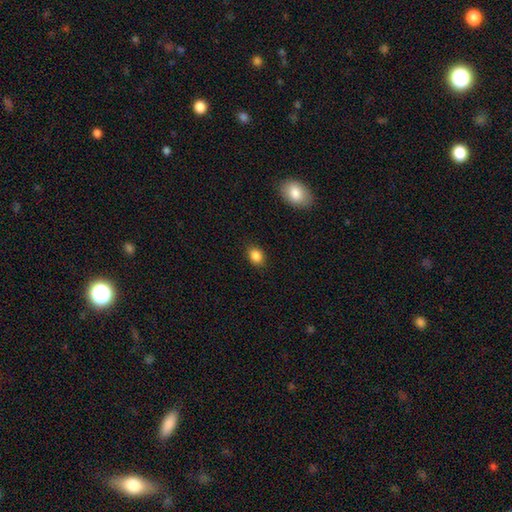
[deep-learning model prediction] Morphology: type=smooth (86%); roundness=in between (61%); merging=none (86%).